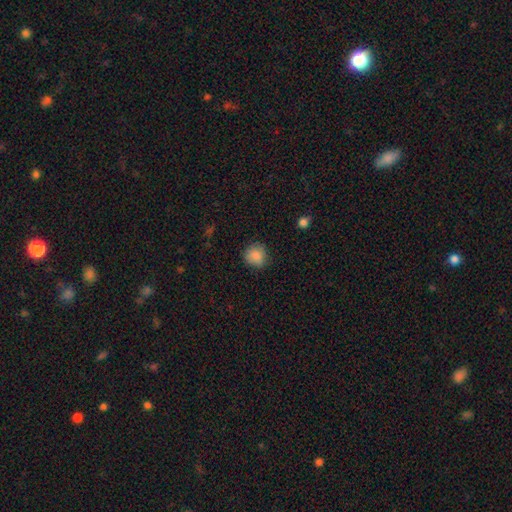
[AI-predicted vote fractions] Smooth or featured? Predicted: smooth (p=0.87). How rounded? Predicted: round (p=0.88). Merging? Predicted: none (p=0.83).